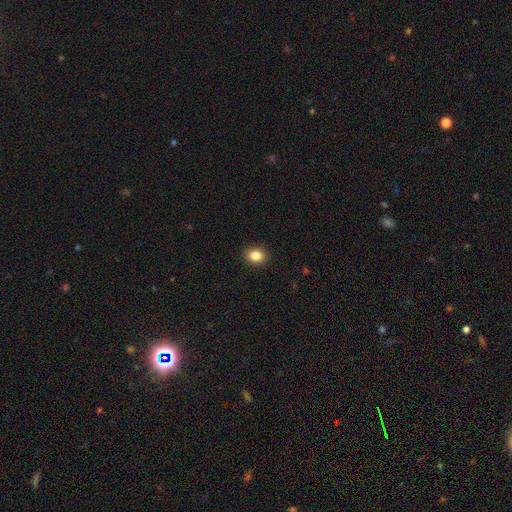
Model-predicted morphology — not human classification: This appears to be a smooth galaxy with no disk features (85%) that is round (58%). Merging: none (90%).